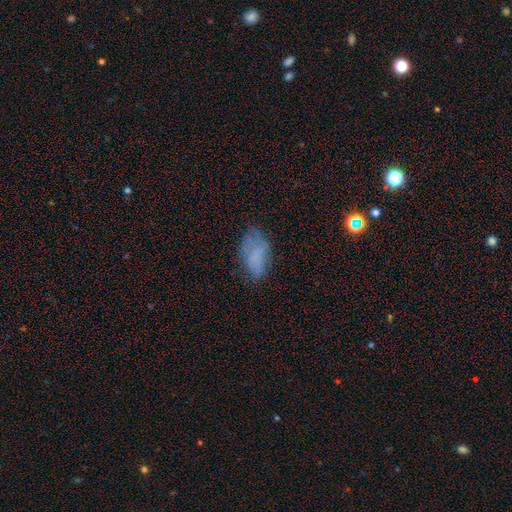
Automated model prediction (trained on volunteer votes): Overall: smooth (62%; featured or disk 24%). How rounded: in between (92%). Merging: none (51%; minor disturbance 29%).